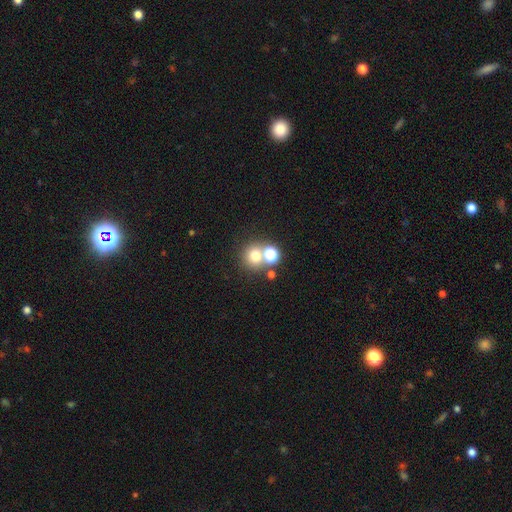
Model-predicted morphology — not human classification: Smooth or featured?
  - smooth: 70% *
  - star or artifact: 19%
  - featured or disk: 11%
How rounded?
  - round: 86% *
  - in between: 13%
  - cigar-shaped: 1%
Merging?
  - none: 56% *
  - merger: 33%
  - minor disturbance: 7%
  - major disturbance: 4%